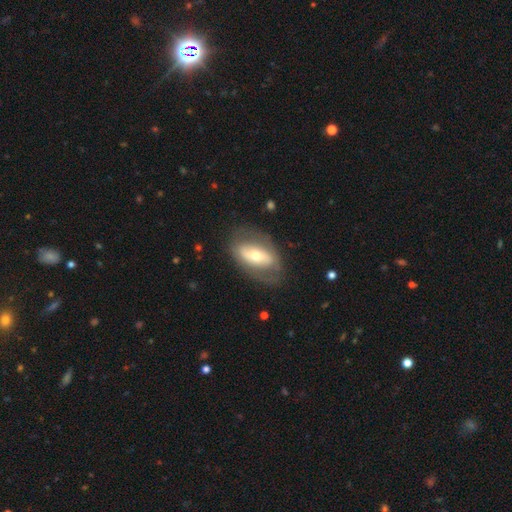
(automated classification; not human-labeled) Smooth or featured?
  - featured or disk: 56% *
  - smooth: 38%
  - star or artifact: 6%
Edge-on disk?
  - no: 87% *
  - yes: 13%
Merging?
  - none: 71% *
  - minor disturbance: 17%
  - major disturbance: 11%
  - merger: 1%